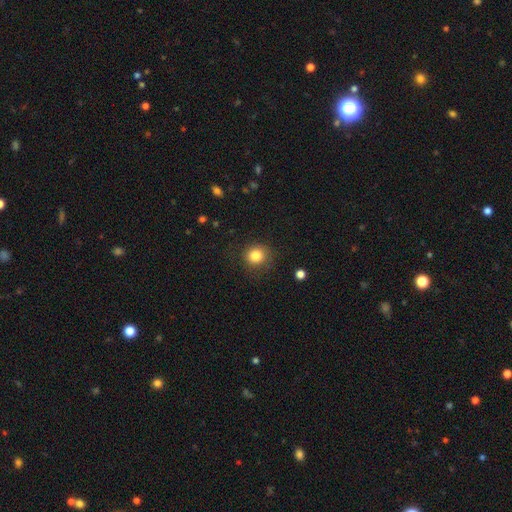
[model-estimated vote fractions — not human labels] Smooth or featured: smooth — 83% (star or artifact — 11%)
How rounded: round — 89% (in between — 11%)
Merging: none — 84% (minor disturbance — 11%)